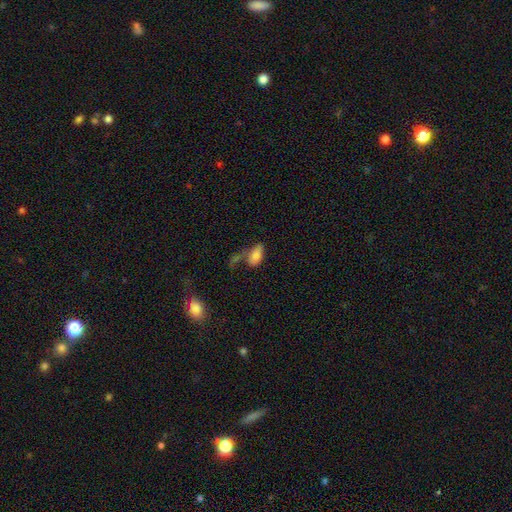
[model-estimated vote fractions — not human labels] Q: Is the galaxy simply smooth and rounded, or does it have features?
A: smooth — 71%.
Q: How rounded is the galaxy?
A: in between — 91%.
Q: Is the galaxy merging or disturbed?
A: major disturbance — 30%.